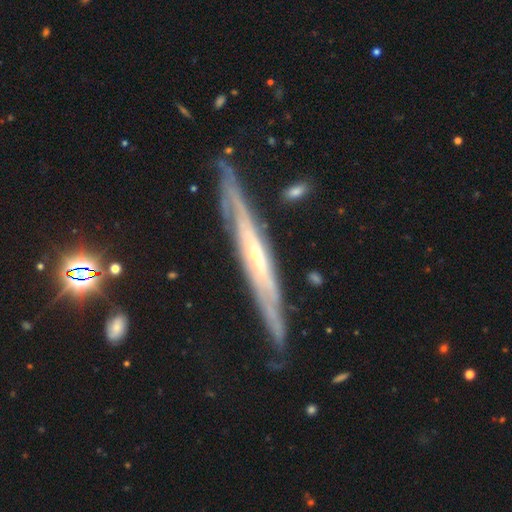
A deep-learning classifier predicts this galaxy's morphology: Smooth or featured? Predicted: featured or disk (p=0.82). Edge-on disk? Predicted: yes (p=0.78). Edge-on bulge? Predicted: none (p=0.52). Merging? Predicted: none (p=0.82).